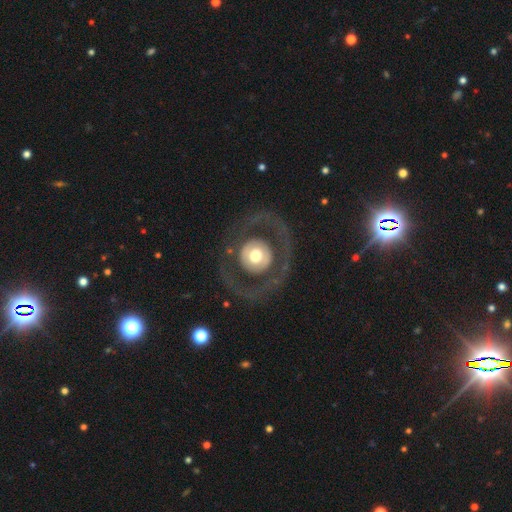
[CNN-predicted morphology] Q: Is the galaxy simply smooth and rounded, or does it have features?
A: featured or disk — 55%.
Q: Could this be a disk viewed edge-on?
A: no — 94%.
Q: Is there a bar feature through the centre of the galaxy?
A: no — 86%.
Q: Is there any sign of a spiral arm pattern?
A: no — 81%.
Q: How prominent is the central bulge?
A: moderate — 53%.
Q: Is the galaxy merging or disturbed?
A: none — 76%.